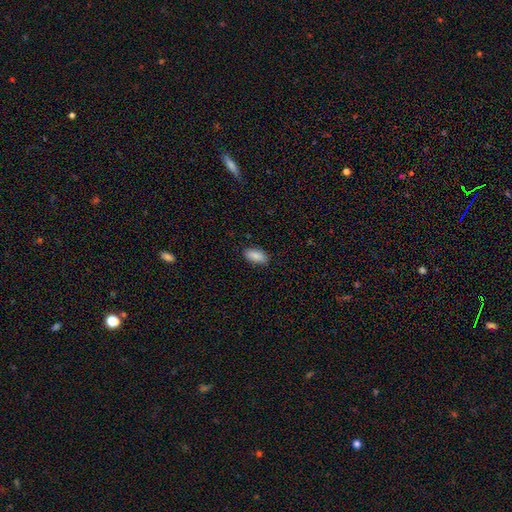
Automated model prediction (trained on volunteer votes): Smooth or featured? smooth (88%)
How rounded? in between (91%)
Merging? none (88%)